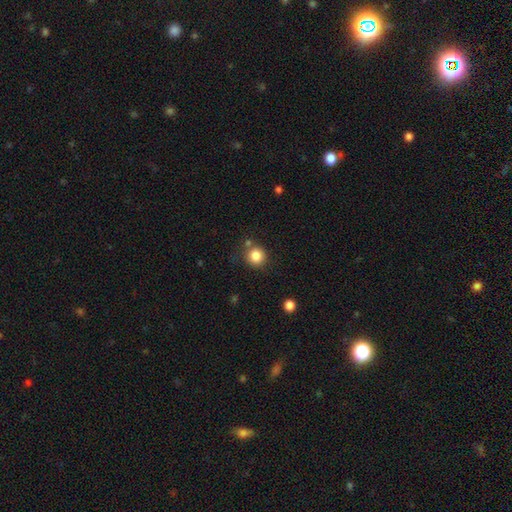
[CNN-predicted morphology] The model was most divided on "merging": none: 79%, minor disturbance: 10%, merger: 8%, major disturbance: 3%. More confident: how rounded — round (92%); smooth or featured — smooth (84%).